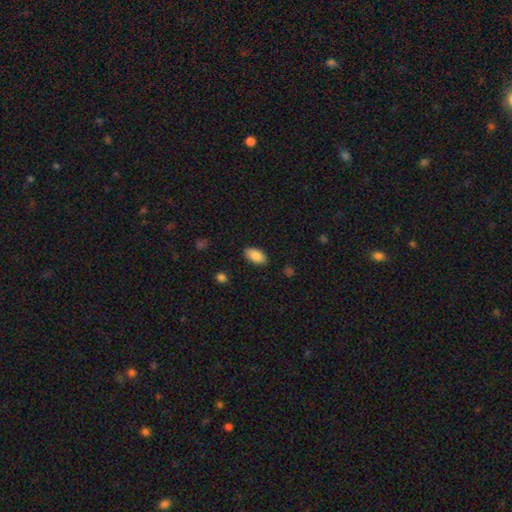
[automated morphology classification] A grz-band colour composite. It shows a smooth galaxy with no disk features (88%) that is in between round and cigar-shaped (94%). Merging: none (87%).